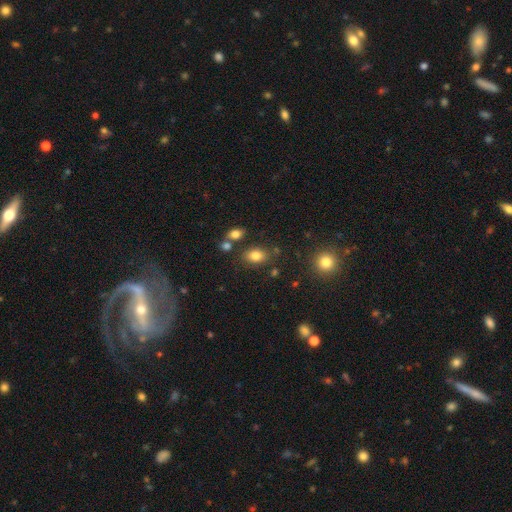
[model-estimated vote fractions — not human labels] The model was most divided on "how rounded": in between: 76%, round: 23%, cigar-shaped: 1%. More confident: smooth or featured — smooth (81%); merging — none (76%).